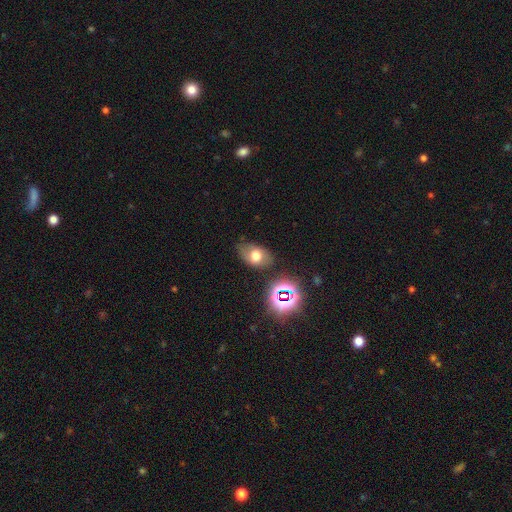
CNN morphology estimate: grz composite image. It shows a smooth galaxy with no disk features (64%) that is in between round and cigar-shaped (82%). Merging: none (74%).